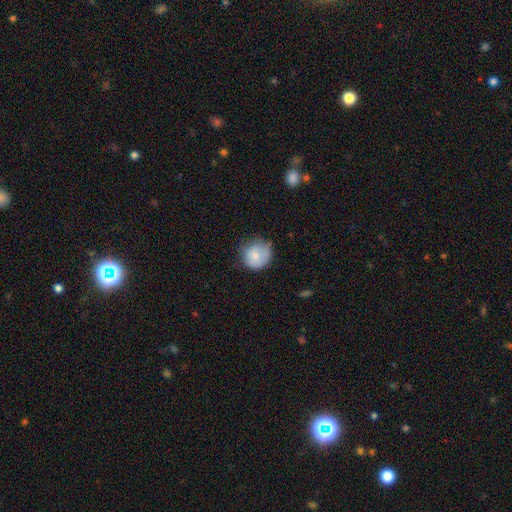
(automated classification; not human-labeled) A smooth galaxy with no disk features (80%) that is round (88%).

Vote fractions:
- Smooth or featured? smooth: 80% / featured or disk: 12% / star or artifact: 8%
- How rounded? round: 88% / in between: 11% / cigar-shaped: 1%
- Merging? none: 62% / minor disturbance: 28% / major disturbance: 8% / merger: 2%